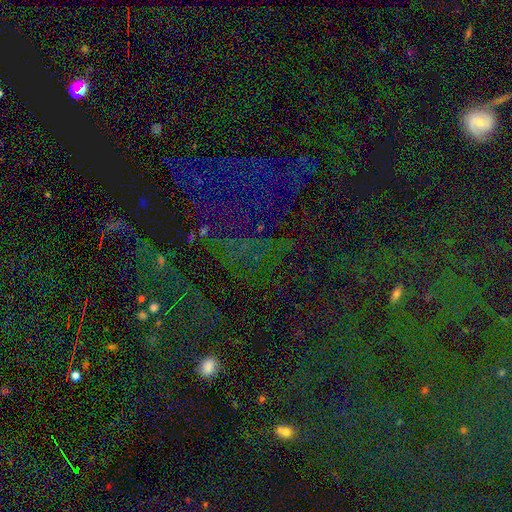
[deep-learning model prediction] Smooth or featured: star or artifact — 77% (smooth — 15%)